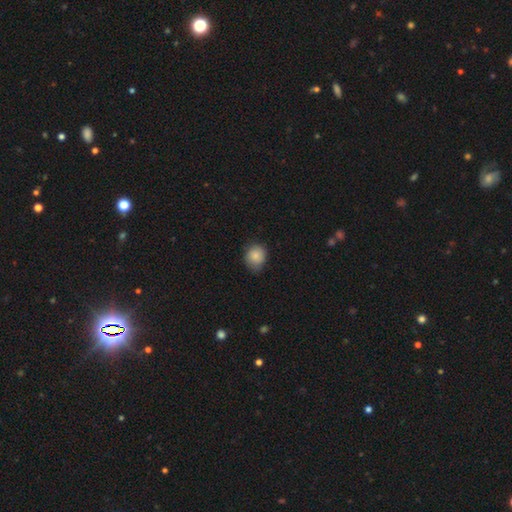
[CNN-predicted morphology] A smooth galaxy with no disk features (85%) that is round (72%). Merging: none (71%).